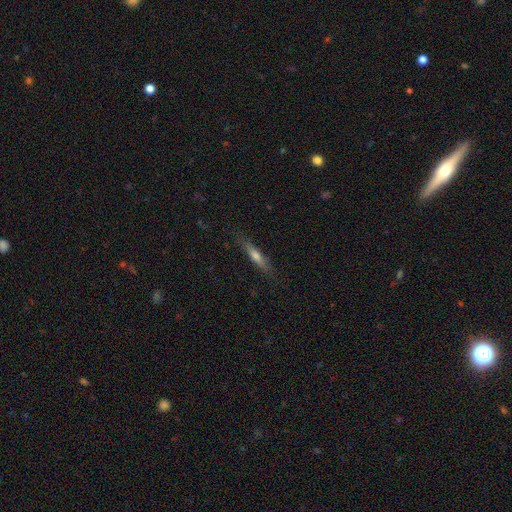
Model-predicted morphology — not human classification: smooth 51%, featured or disk 42%, star or artifact 7%. Down the decision tree: how rounded — cigar-shaped (88%); merging — none (83%).